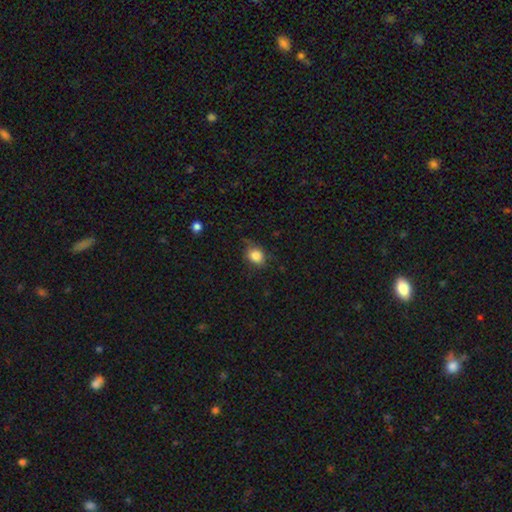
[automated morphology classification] smooth-or-featured: smooth: 84% | star or artifact: 10% | featured or disk: 6%
  how-rounded: round: 50% | in between: 49% | cigar-shaped: 1%
  merging: none: 70% | minor disturbance: 23% | major disturbance: 5% | merger: 2%